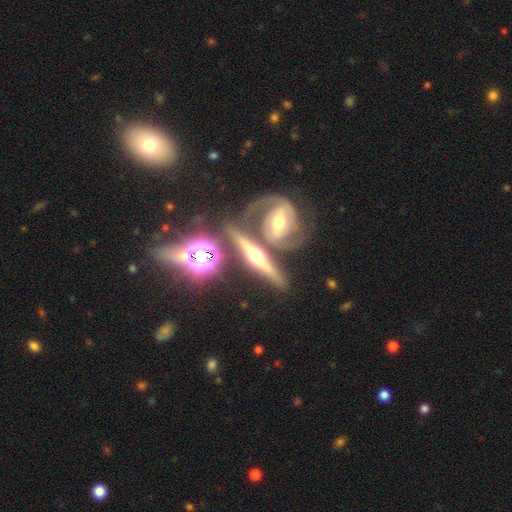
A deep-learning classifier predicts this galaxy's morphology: featured or disk 74%, smooth 17%, star or artifact 9%. Down the decision tree: edge-on disk — yes (82%); edge-on bulge — rounded (93%); merging — none (56%).